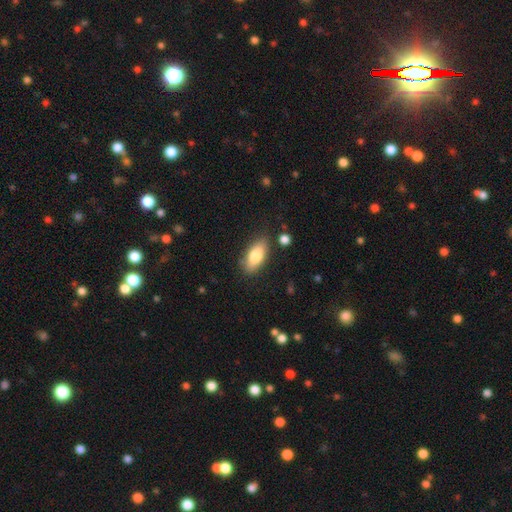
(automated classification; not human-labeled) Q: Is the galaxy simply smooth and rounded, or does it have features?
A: smooth — 77%.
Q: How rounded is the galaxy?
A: in between — 83%.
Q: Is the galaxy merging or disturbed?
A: none — 81%.